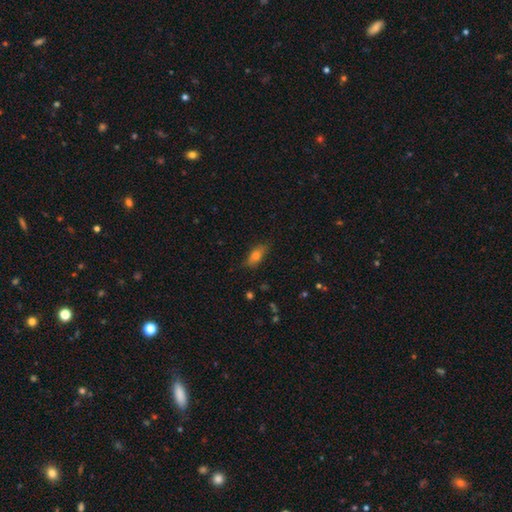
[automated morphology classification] type=smooth (71%); roundness=in between (77%); merging=none (81%).